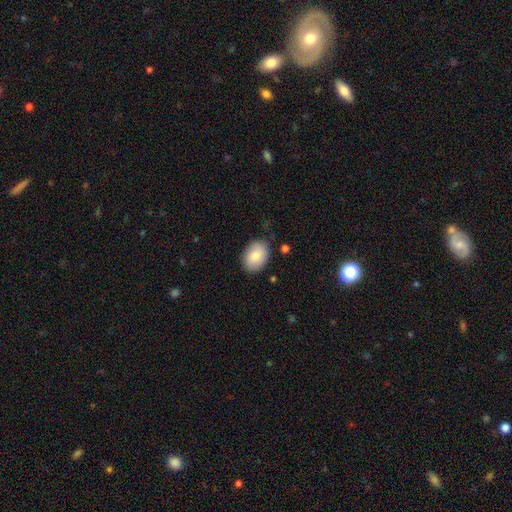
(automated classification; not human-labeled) smooth 81%, featured or disk 13%, star or artifact 7%. Down the decision tree: how rounded — in between (73%); merging — none (82%).